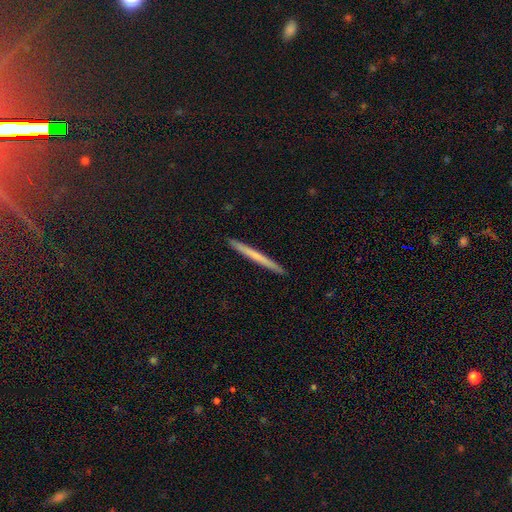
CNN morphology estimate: Smooth or featured? smooth (57%)
How rounded? cigar-shaped (97%)
Merging? none (93%)